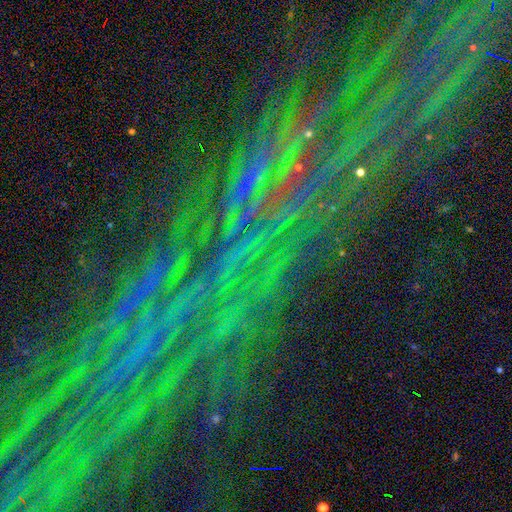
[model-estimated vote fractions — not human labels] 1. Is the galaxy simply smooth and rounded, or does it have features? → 82% star or artifact, 10% featured or disk, 8% smooth.